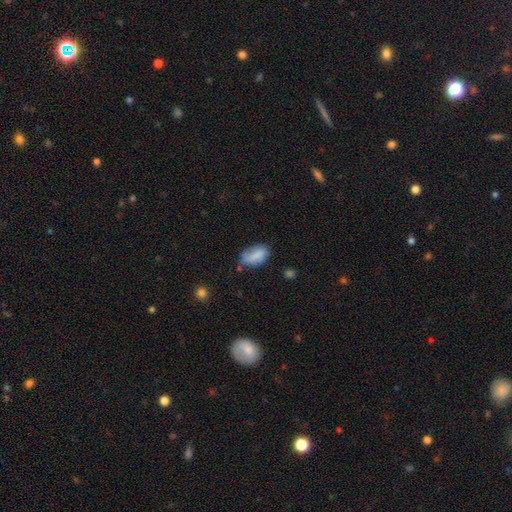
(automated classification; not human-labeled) smooth 80%, featured or disk 12%, star or artifact 8%. Down the decision tree: how rounded — in between (91%); merging — none (55%).